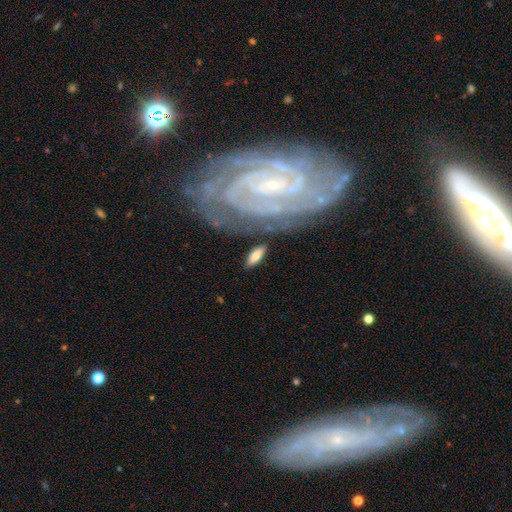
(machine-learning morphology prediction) A smooth galaxy with no disk features (73%) that is in between round and cigar-shaped (69%).

Vote fractions:
- Smooth or featured? smooth: 73% / featured or disk: 21% / star or artifact: 6%
- How rounded? in between: 69% / cigar-shaped: 28% / round: 3%
- Merging? none: 77% / minor disturbance: 13% / major disturbance: 5% / merger: 5%